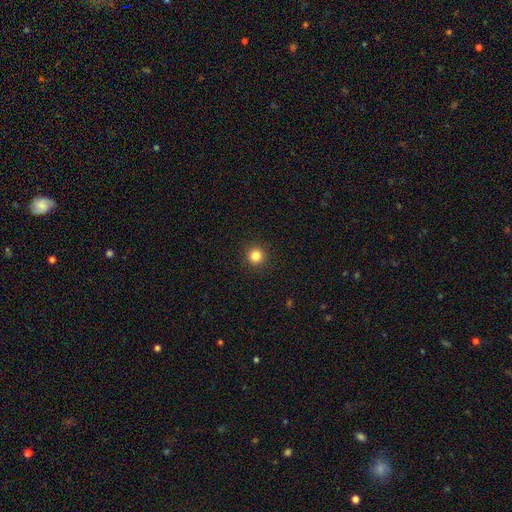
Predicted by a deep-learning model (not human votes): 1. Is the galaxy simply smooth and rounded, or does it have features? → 84% smooth, 12% star or artifact, 4% featured or disk.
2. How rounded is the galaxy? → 95% round, 4% in between, 1% cigar-shaped.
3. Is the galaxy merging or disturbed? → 92% none, 5% minor disturbance, 2% major disturbance, 1% merger.